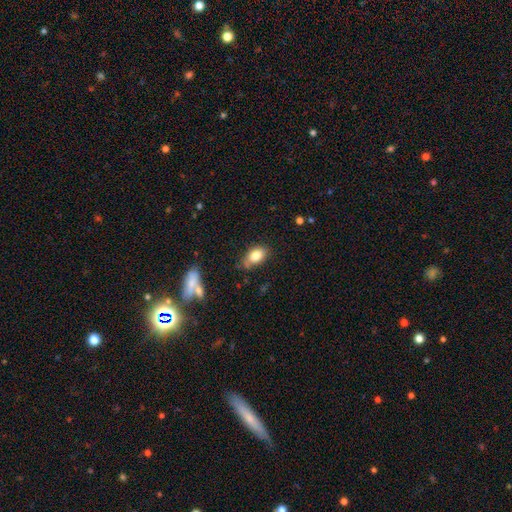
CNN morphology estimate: Q: Smooth or featured?
A: smooth (81%); runner-up: featured or disk (11%)
Q: How rounded?
A: in between (87%); runner-up: round (10%)
Q: Merging?
A: none (64%); runner-up: minor disturbance (27%)